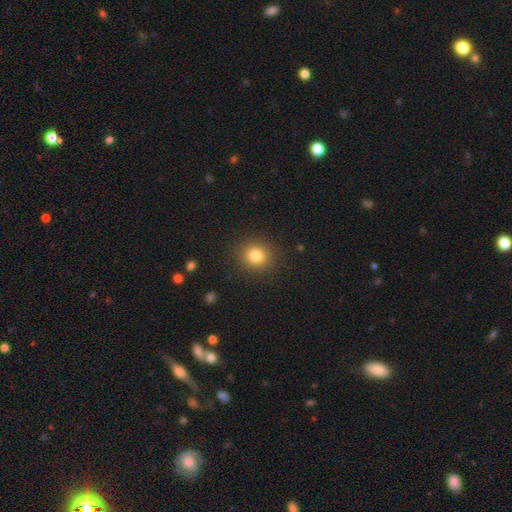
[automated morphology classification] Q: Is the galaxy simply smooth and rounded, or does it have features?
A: smooth — 82%.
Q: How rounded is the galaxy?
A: round — 84%.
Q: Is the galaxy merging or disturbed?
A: none — 89%.